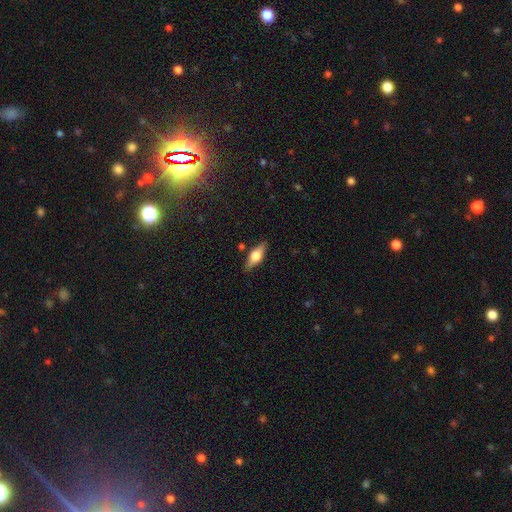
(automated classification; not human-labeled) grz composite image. It shows a featured or disk galaxy (51%) viewed edge-on (91%). Merging: none (84%).